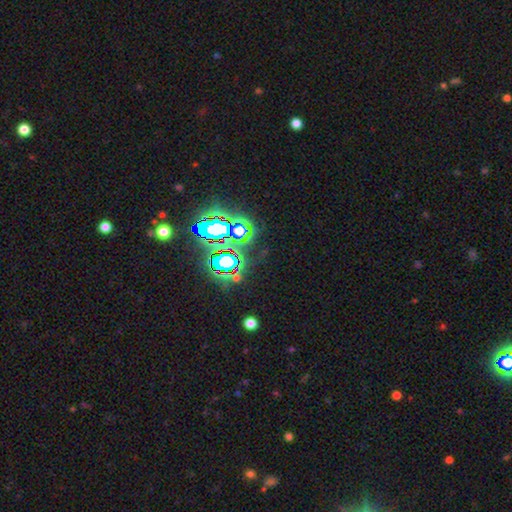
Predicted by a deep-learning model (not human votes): Smooth or featured: star or artifact — 81% (smooth — 11%)